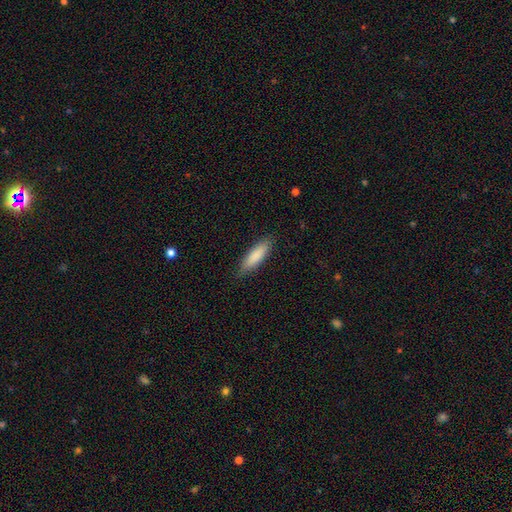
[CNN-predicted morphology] Smooth or featured: smooth — 85% (featured or disk — 10%)
How rounded: cigar-shaped — 57% (in between — 42%)
Merging: none — 85% (minor disturbance — 12%)